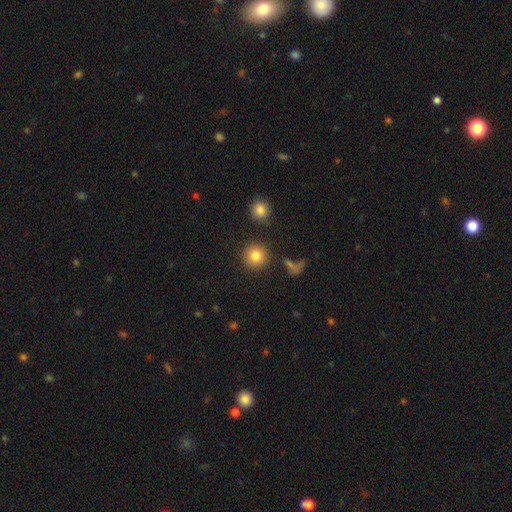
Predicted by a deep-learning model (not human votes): Smooth or featured? smooth (82%)
How rounded? round (94%)
Merging? none (86%)